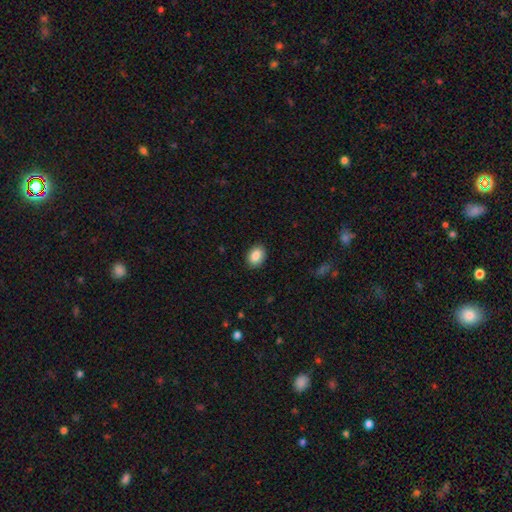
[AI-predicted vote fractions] A smooth galaxy with no disk features (88%) that is in between round and cigar-shaped (70%). Merging: none (89%).